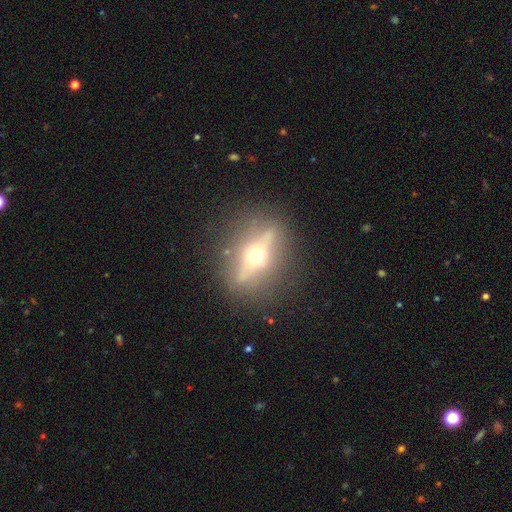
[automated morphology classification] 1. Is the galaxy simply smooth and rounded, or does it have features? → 70% featured or disk, 21% smooth, 9% star or artifact.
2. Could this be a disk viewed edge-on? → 73% yes, 27% no.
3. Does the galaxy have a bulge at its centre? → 95% rounded, 3% boxy, 2% none.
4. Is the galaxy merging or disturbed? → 81% none, 12% minor disturbance, 5% major disturbance, 2% merger.